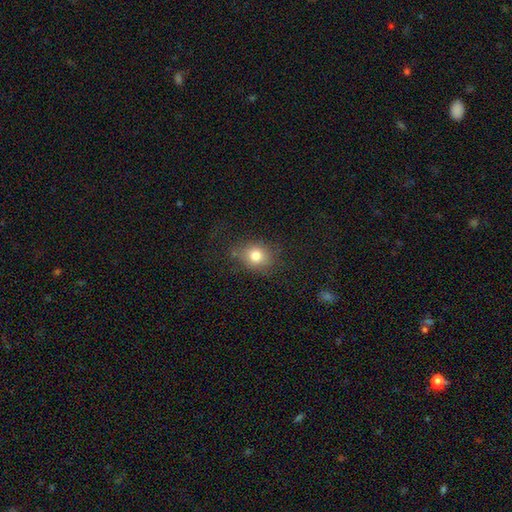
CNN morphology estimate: type=smooth (78%); roundness=round (65%); merging=none (74%).